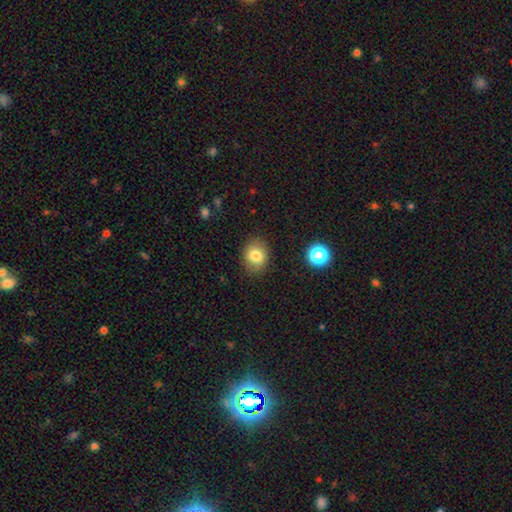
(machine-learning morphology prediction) This appears to be a smooth galaxy with no disk features (81%) that is round (54%). Merging: none (84%).